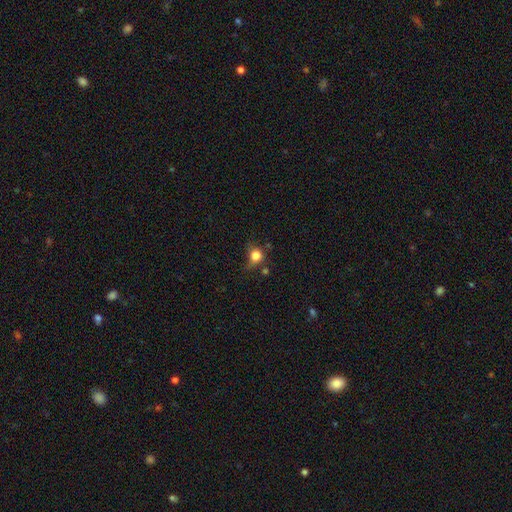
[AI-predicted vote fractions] A smooth galaxy with no disk features (80%) that is round (78%).

Vote fractions:
- Smooth or featured? smooth: 80% / star or artifact: 12% / featured or disk: 8%
- How rounded? round: 78% / in between: 21% / cigar-shaped: 1%
- Merging? none: 49% / minor disturbance: 30% / major disturbance: 16% / merger: 6%